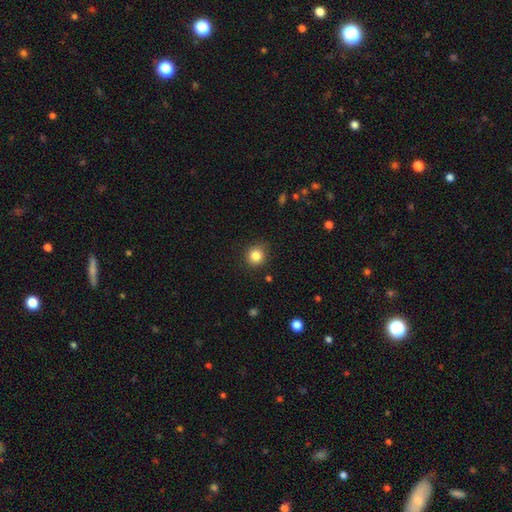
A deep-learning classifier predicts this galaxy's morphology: Smooth or featured? Predicted: smooth (p=0.84). How rounded? Predicted: round (p=0.89). Merging? Predicted: none (p=0.88).